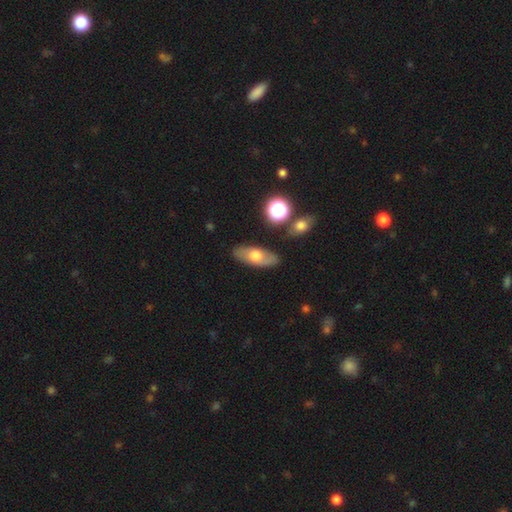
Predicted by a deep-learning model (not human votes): This is possibly a smooth galaxy (52%). How rounded: likely in between (80%). Merging: clearly none (82%).